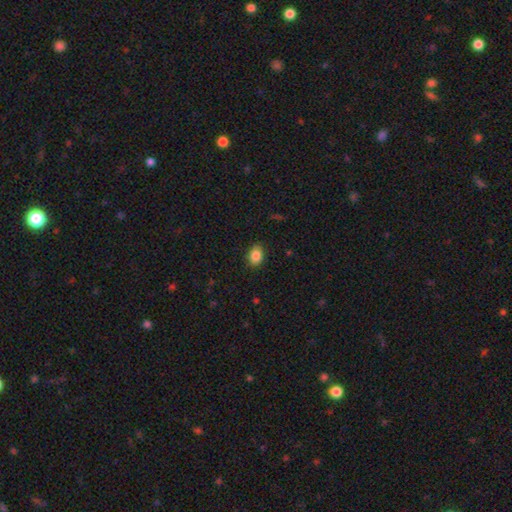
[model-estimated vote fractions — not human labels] smooth_or_featured: smooth (p=0.86) [alt: star or artifact p=0.09]
how_rounded: in between (p=0.73) [alt: round p=0.26]
merging: none (p=0.86) [alt: minor disturbance p=0.11]